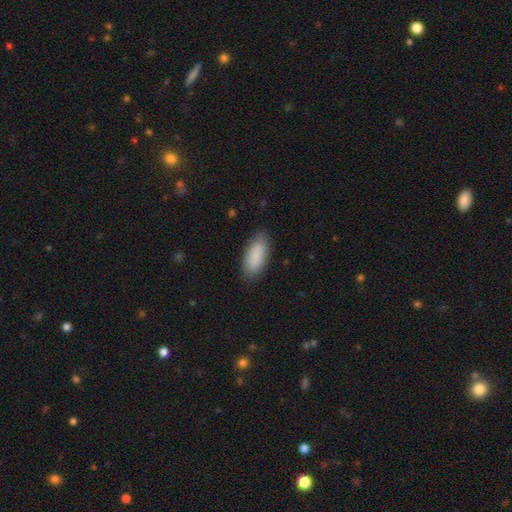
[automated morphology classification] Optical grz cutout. It shows a smooth galaxy with no disk features (88%) that is in between round and cigar-shaped (81%). Merging: none (85%).